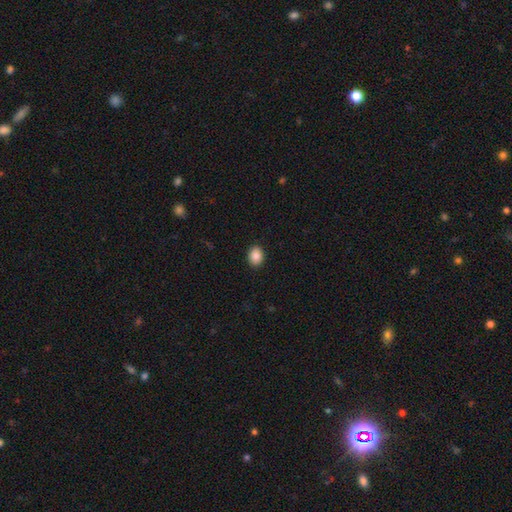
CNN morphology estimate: Smooth or featured: smooth — 87% (star or artifact — 8%)
How rounded: in between — 59% (round — 40%)
Merging: none — 91% (minor disturbance — 6%)